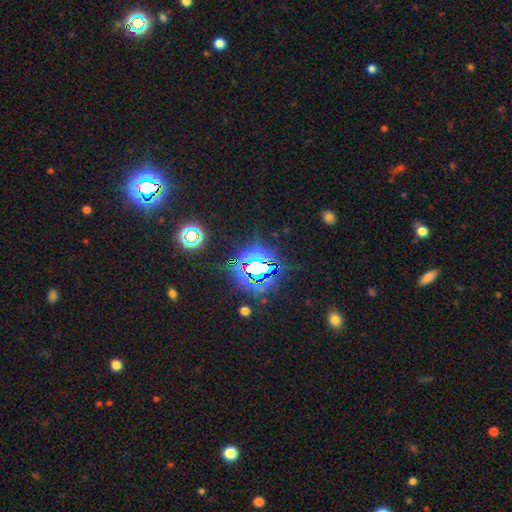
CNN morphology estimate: star or artifact 79%, smooth 12%, featured or disk 9%.